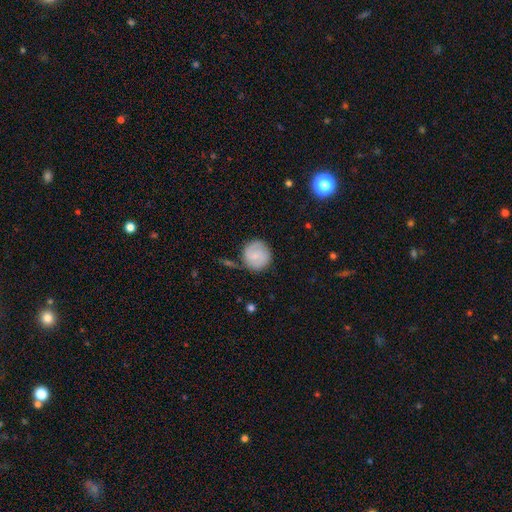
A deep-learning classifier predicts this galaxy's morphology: A smooth galaxy with no disk features (59%) that is round (91%).

Vote fractions:
- Smooth or featured? smooth: 59% / featured or disk: 34% / star or artifact: 7%
- How rounded? round: 91% / in between: 8% / cigar-shaped: 1%
- Merging? none: 74% / minor disturbance: 16% / major disturbance: 5% / merger: 4%